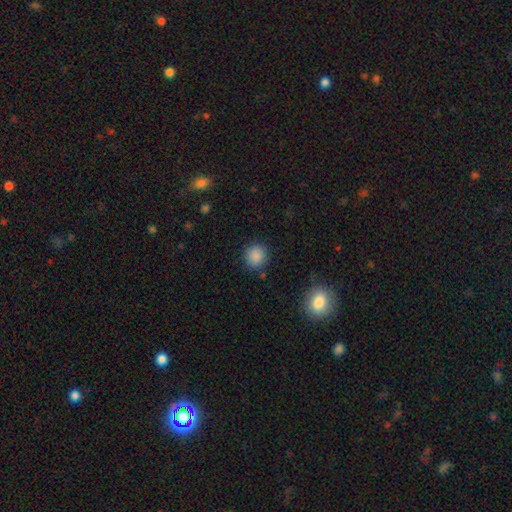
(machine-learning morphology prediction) Smooth or featured: smooth — 87% (star or artifact — 10%)
How rounded: round — 89% (in between — 10%)
Merging: none — 87% (minor disturbance — 9%)